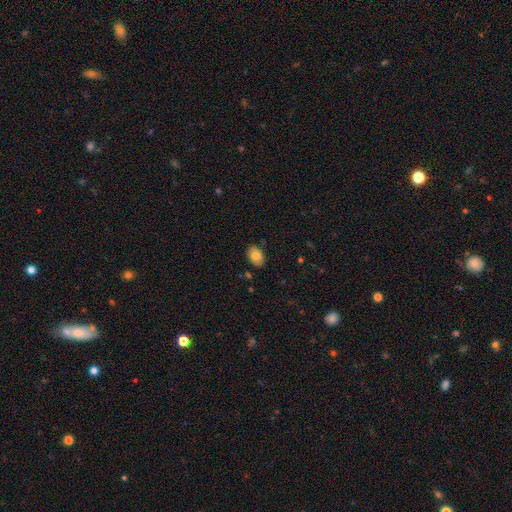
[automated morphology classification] smooth 77%, featured or disk 15%, star or artifact 7%. Down the decision tree: how rounded — in between (84%); merging — none (86%).